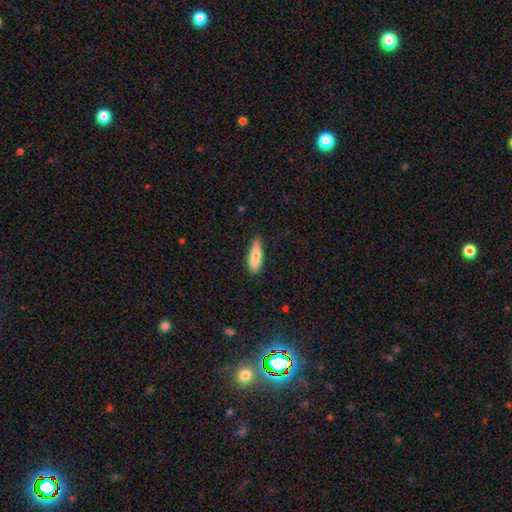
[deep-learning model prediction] smooth 74%, featured or disk 20%, star or artifact 6%. Down the decision tree: how rounded — cigar-shaped (60%); merging — none (76%).